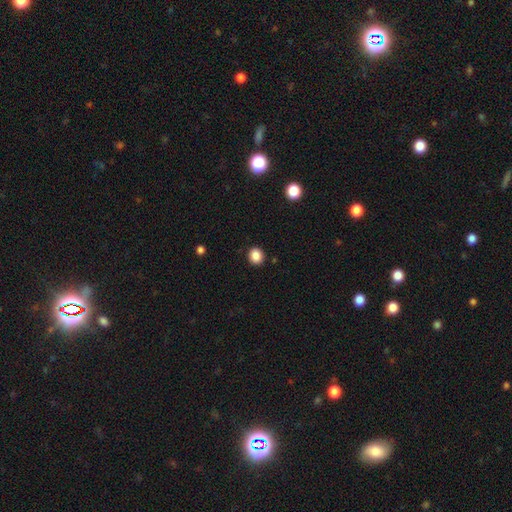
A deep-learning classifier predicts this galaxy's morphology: A smooth galaxy with no disk features (87%) that is round (79%). Merging: none (91%).